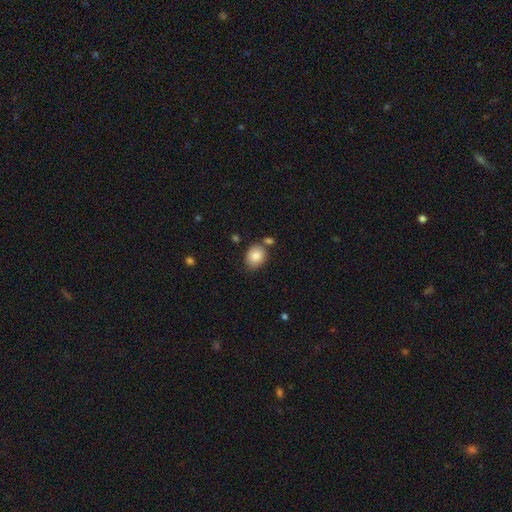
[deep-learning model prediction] Morphology: type=smooth (85%); roundness=in between (52%); merging=none (70%).